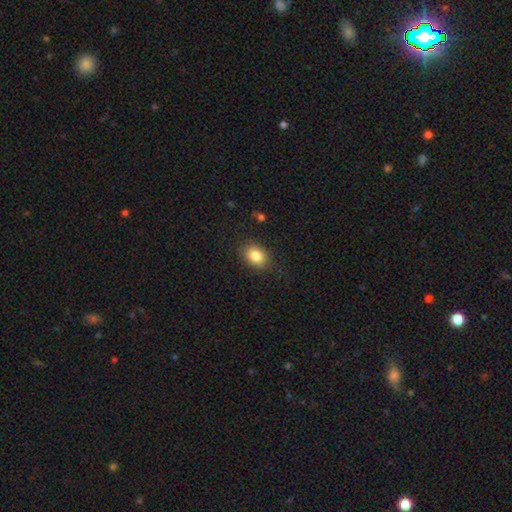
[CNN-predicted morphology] Smooth or featured? Predicted: smooth (p=0.84). How rounded? Predicted: in between (p=0.66). Merging? Predicted: none (p=0.86).